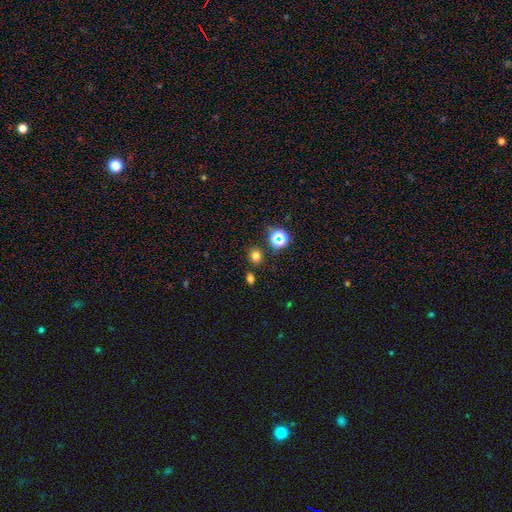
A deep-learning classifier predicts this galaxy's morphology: A smooth galaxy with no disk features (73%) that is round (80%).

Vote fractions:
- Smooth or featured? smooth: 73% / star or artifact: 21% / featured or disk: 6%
- How rounded? round: 80% / in between: 19% / cigar-shaped: 1%
- Merging? none: 83% / minor disturbance: 8% / merger: 6% / major disturbance: 3%